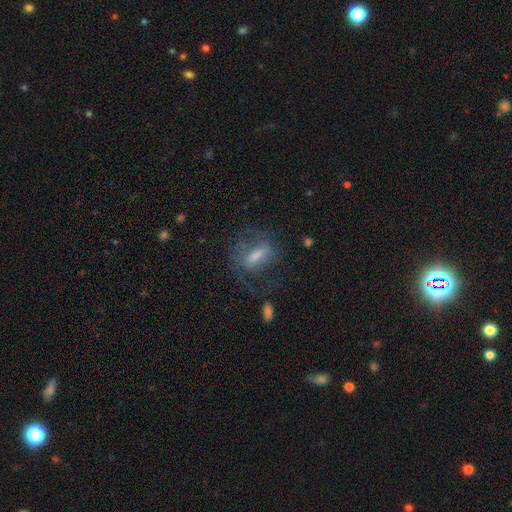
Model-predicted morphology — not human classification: A featured or disk galaxy (47%). Merging: none (51%).